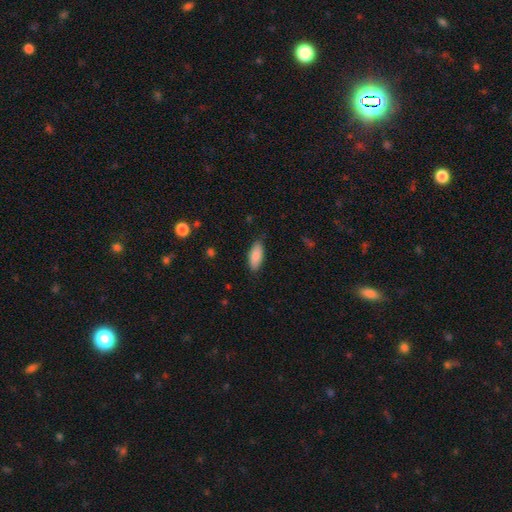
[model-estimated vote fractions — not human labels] smooth_or_featured: smooth (p=0.87) [alt: featured or disk p=0.07]
how_rounded: in between (p=0.82) [alt: cigar-shaped p=0.16]
merging: none (p=0.83) [alt: minor disturbance p=0.14]